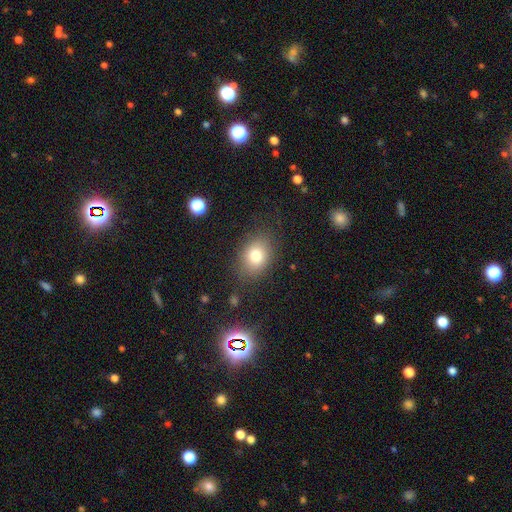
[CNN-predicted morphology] type=smooth (78%); roundness=in between (61%); merging=none (81%).